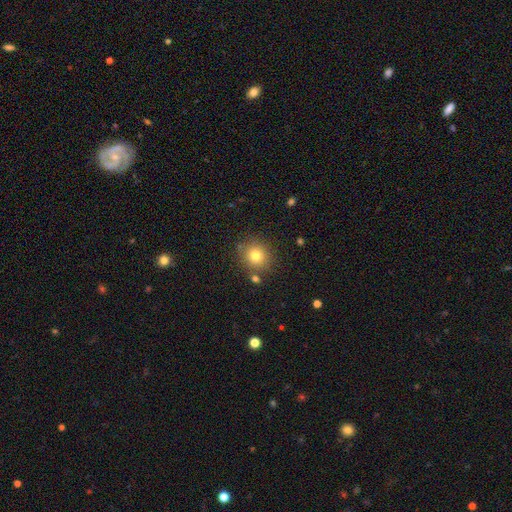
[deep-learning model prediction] A smooth galaxy with no disk features (77%) that is round (86%). Merging: none (82%).